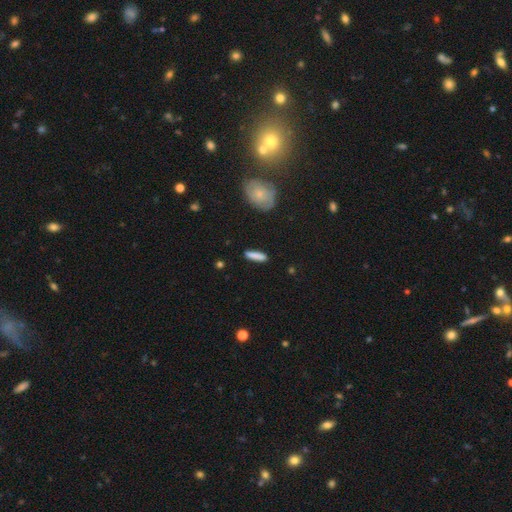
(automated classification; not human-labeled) A smooth galaxy with no disk features (82%) that is cigar-shaped (77%). Merging: none (85%).